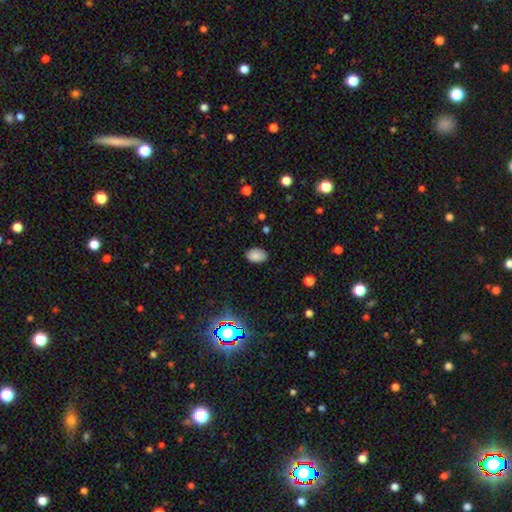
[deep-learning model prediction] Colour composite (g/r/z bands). It shows a smooth galaxy with no disk features (83%) that is in between round and cigar-shaped (87%). Merging: none (85%).